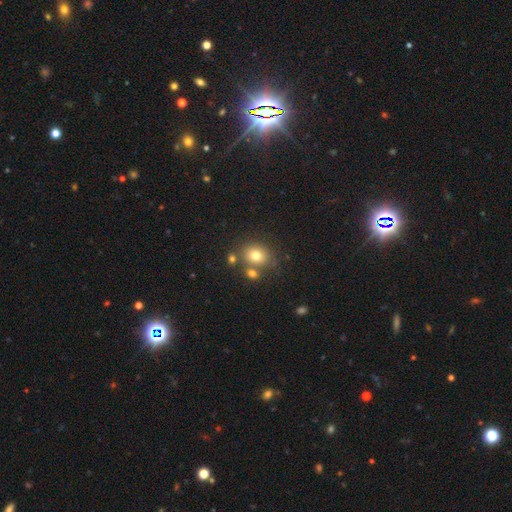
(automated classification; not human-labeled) The model was most divided on "how rounded": round: 61%, in between: 38%, cigar-shaped: 1%. More confident: smooth or featured — smooth (76%); merging — none (63%).